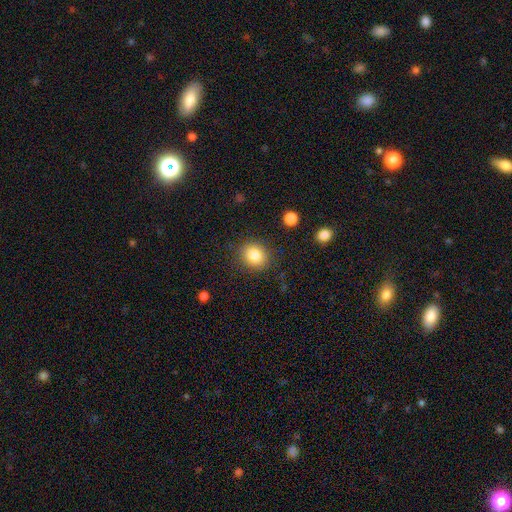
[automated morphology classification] Smooth or featured? smooth (84%)
How rounded? round (72%)
Merging? none (85%)